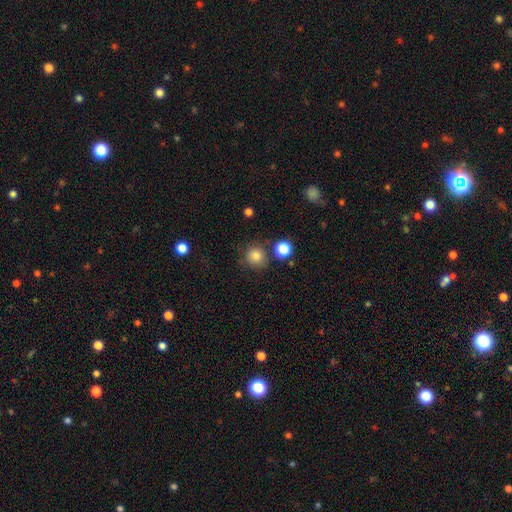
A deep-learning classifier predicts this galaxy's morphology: This appears to be a smooth galaxy with no disk features (83%) that is round (91%). Merging: none (77%).